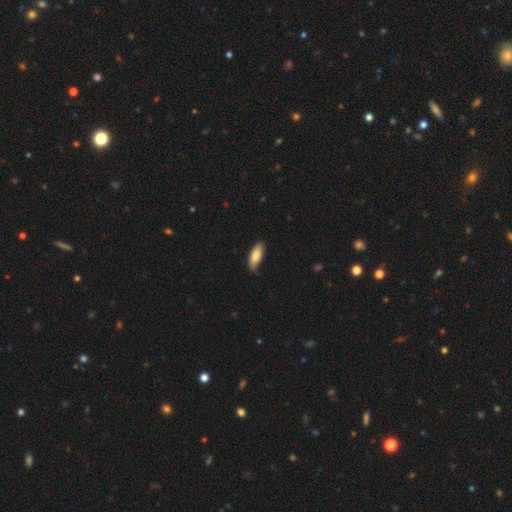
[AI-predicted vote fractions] This is clearly a smooth galaxy (82%). How rounded: likely in between (73%). Merging: likely none (70%).